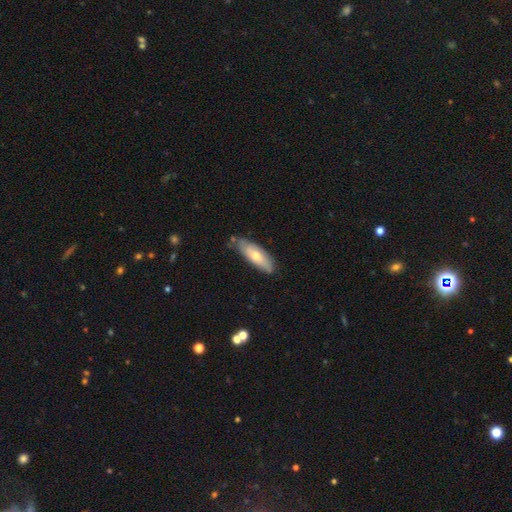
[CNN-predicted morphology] A smooth galaxy with no disk features (61%) that is in between round and cigar-shaped (63%). Merging: none (71%).